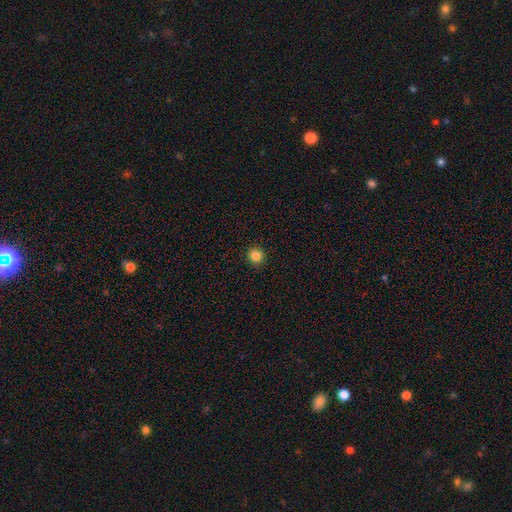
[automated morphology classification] This appears to be a smooth galaxy with no disk features (84%) that is round (92%). Merging: none (93%).